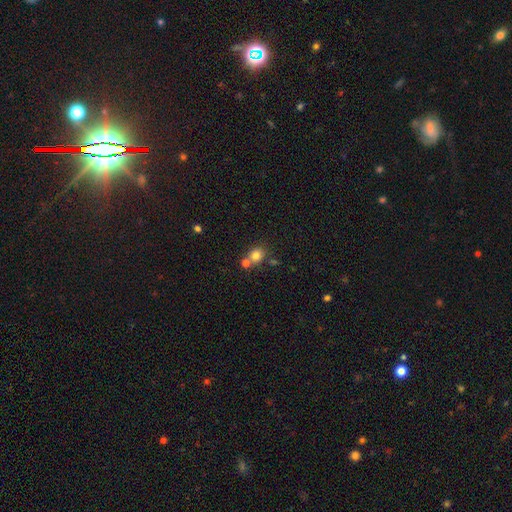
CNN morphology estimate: Smooth or featured? Predicted: smooth (p=0.79). How rounded? Predicted: round (p=0.69). Merging? Predicted: none (p=0.58).